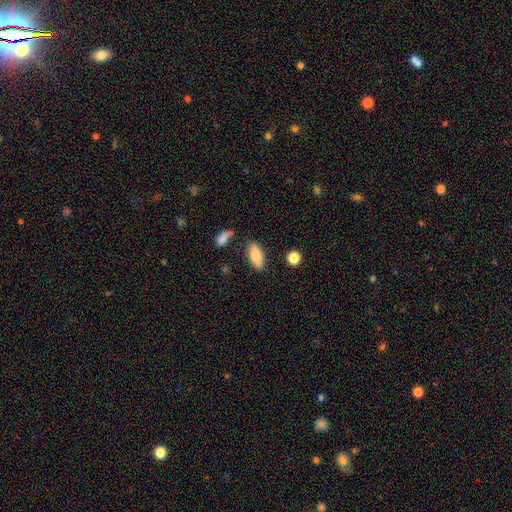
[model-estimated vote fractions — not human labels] smooth 78%, featured or disk 16%, star or artifact 7%. Down the decision tree: how rounded — in between (72%); merging — none (76%).